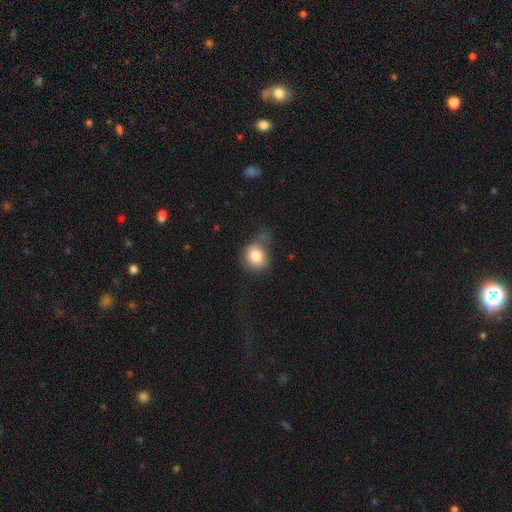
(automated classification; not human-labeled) Smooth or featured?
  - smooth: 81% *
  - featured or disk: 10%
  - star or artifact: 8%
How rounded?
  - round: 64% *
  - in between: 35%
  - cigar-shaped: 1%
Merging?
  - none: 39% *
  - minor disturbance: 31%
  - major disturbance: 22%
  - merger: 8%